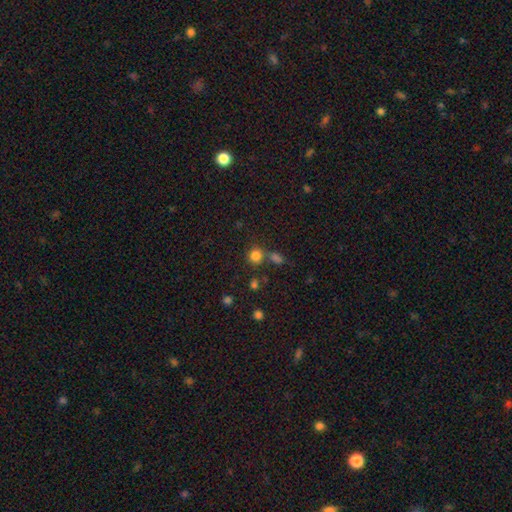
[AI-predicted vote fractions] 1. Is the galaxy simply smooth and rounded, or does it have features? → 80% smooth, 14% star or artifact, 6% featured or disk.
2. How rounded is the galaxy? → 85% round, 13% in between, 1% cigar-shaped.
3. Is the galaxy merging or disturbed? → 66% none, 20% merger, 10% minor disturbance, 4% major disturbance.